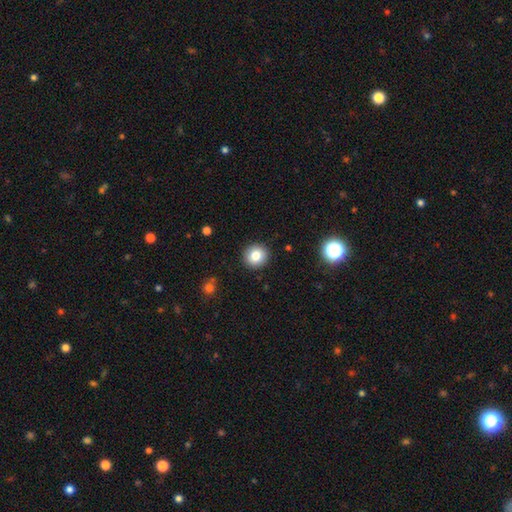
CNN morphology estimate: Smooth or featured: smooth — 80% (star or artifact — 11%)
How rounded: round — 93% (in between — 6%)
Merging: none — 91% (minor disturbance — 6%)